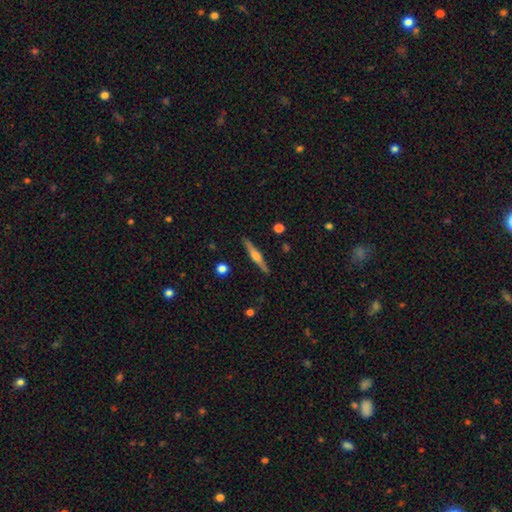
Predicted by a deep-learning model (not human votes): smooth-or-featured: featured or disk: 67% | smooth: 28% | star or artifact: 6%
  disk-edge-on: yes: 98% | no: 2%
    edge-on-bulge: rounded: 87% | boxy: 8% | none: 5%
  merging: none: 90% | minor disturbance: 7% | major disturbance: 1% | merger: 1%